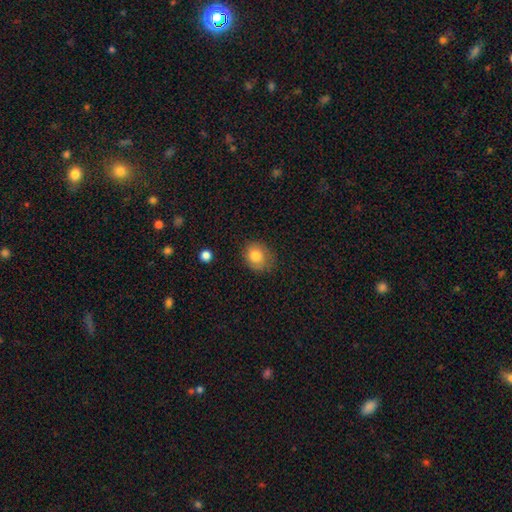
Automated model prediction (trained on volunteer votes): This appears to be a smooth galaxy with no disk features (80%) that is round (64%). Merging: none (71%).